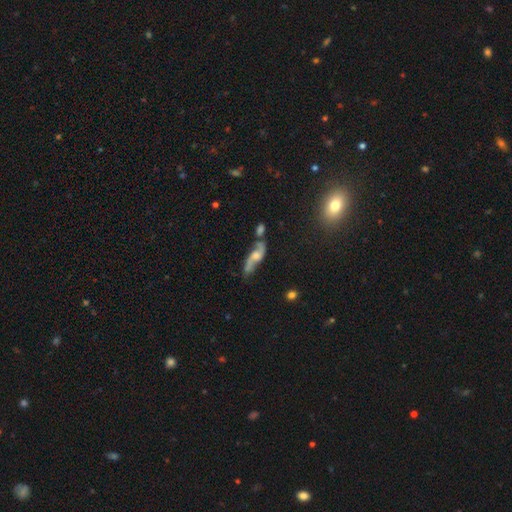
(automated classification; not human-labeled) Smooth or featured?
  - featured or disk: 77% *
  - smooth: 15%
  - star or artifact: 7%
Edge-on disk?
  - no: 85% *
  - yes: 15%
Bar?
  - no: 57% *
  - weak: 35%
  - strong: 8%
Spiral arms?
  - yes: 93% *
  - no: 7%
Spiral winding?
  - loose: 64% *
  - medium: 28%
  - tight: 8%
Spiral arm count?
  - 2: 91% *
  - can't tell: 4%
  - 1: 2%
  - 3: 1%
  - 4: 1%
  - more than 4: 1%
Bulge size?
  - moderate: 53% *
  - small: 25%
  - large: 12%
  - none: 8%
  - dominant: 2%
Merging?
  - none: 57% *
  - minor disturbance: 20%
  - merger: 12%
  - major disturbance: 10%